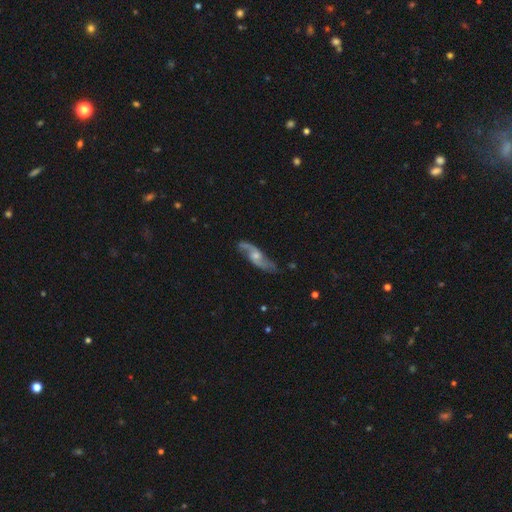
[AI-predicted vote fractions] featured or disk 81%, smooth 14%, star or artifact 5%. Down the decision tree: edge-on disk — no (89%); bar — no (61%); spiral arms — yes (94%); spiral arm count — 2 (90%); spiral winding — loose (58%); bulge size — small (48%); merging — none (70%).